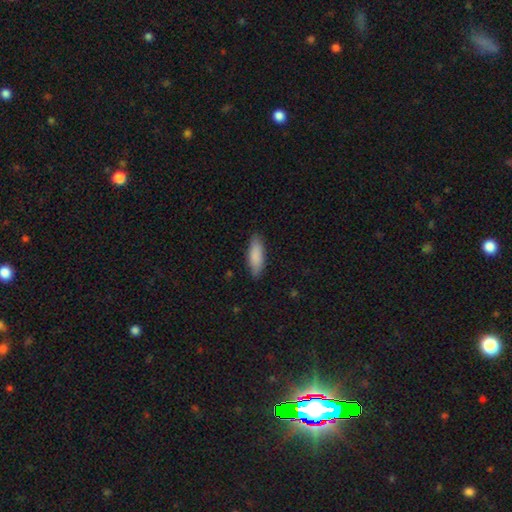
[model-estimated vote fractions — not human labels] Overall: smooth (87%). How rounded: in between (64%; cigar-shaped 34%). Merging: none (84%).